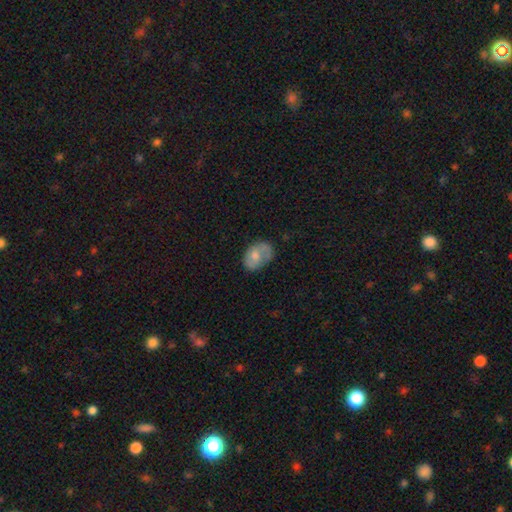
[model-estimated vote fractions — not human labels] Overall: smooth (59%; featured or disk 34%). How rounded: in between (80%). Merging: none (55%; minor disturbance 29%).